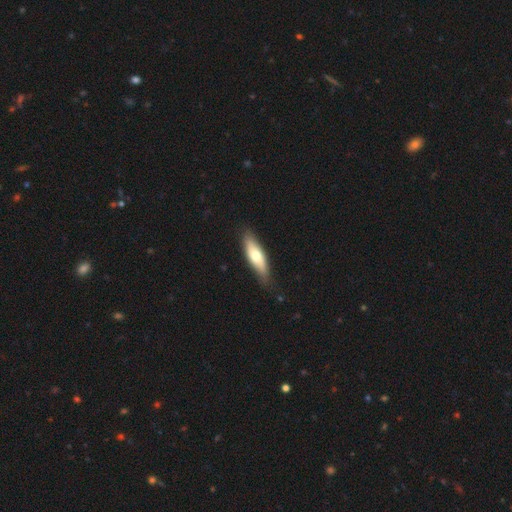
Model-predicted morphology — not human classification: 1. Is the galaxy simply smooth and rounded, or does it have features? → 62% smooth, 33% featured or disk, 5% star or artifact.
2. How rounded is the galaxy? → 52% in between, 46% cigar-shaped, 2% round.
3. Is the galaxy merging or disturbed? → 79% none, 17% minor disturbance, 3% major disturbance, 1% merger.